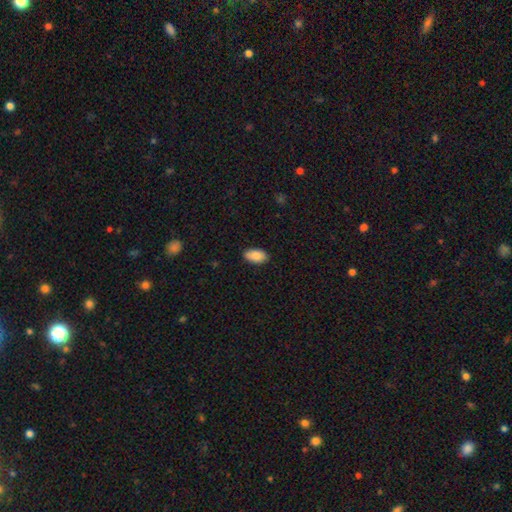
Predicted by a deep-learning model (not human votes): Smooth or featured?
  - smooth: 87% *
  - star or artifact: 7%
  - featured or disk: 6%
How rounded?
  - in between: 94% *
  - round: 3%
  - cigar-shaped: 2%
Merging?
  - none: 87% *
  - minor disturbance: 10%
  - major disturbance: 2%
  - merger: 1%